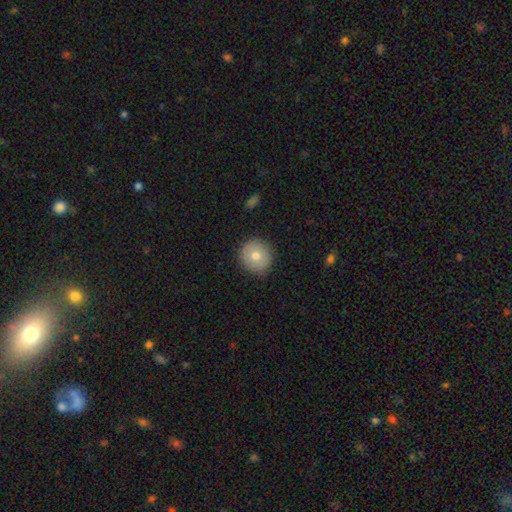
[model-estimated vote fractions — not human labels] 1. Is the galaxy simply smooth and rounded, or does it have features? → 73% smooth, 19% featured or disk, 8% star or artifact.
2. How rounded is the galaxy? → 92% round, 7% in between, 1% cigar-shaped.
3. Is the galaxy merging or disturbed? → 89% none, 8% minor disturbance, 2% major disturbance, 1% merger.